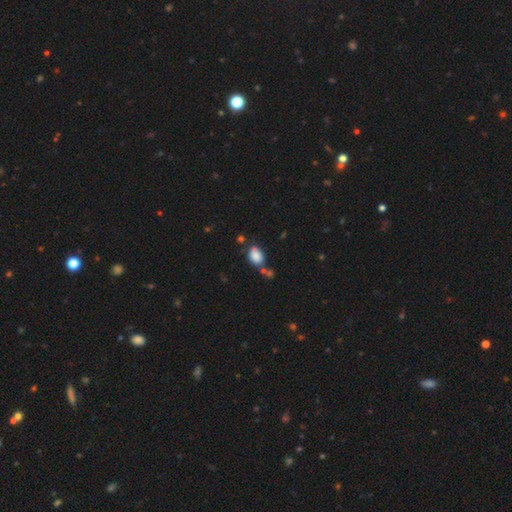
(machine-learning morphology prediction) Smooth or featured: smooth — 85% (star or artifact — 9%)
How rounded: in between — 79% (round — 19%)
Merging: none — 58% (minor disturbance — 19%)